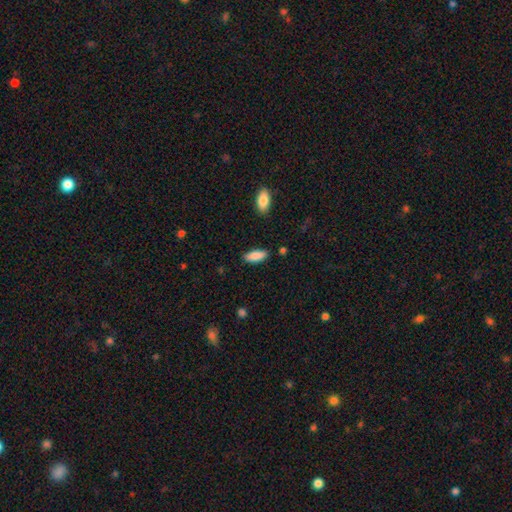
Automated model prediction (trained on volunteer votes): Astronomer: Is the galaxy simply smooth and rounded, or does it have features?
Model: smooth — 87%.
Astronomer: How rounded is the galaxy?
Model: in between — 75%.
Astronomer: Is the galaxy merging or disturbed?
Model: none — 86%.